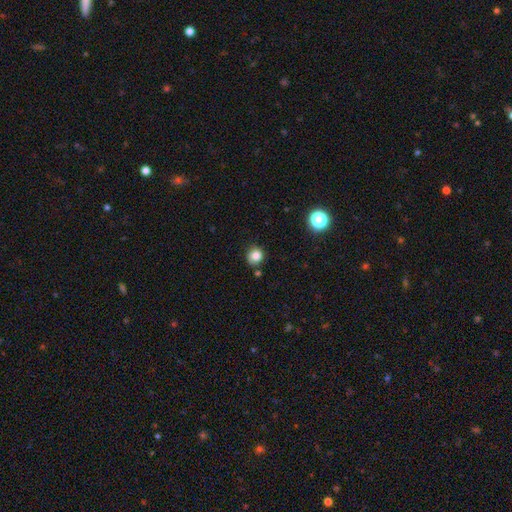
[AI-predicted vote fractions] Morphology: type=smooth (83%); roundness=round (86%); merging=none (78%).